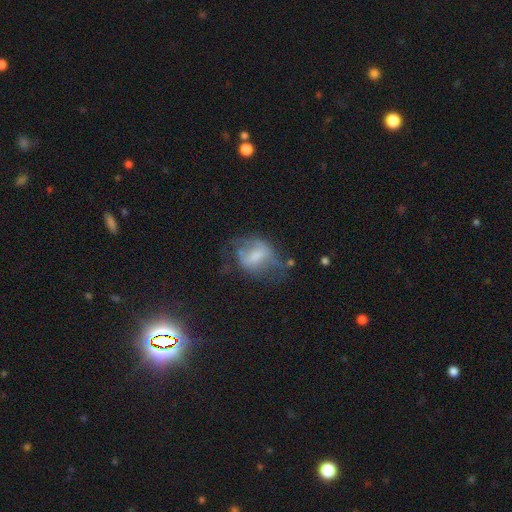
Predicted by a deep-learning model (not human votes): A featured or disk galaxy (47%).

Vote fractions:
- Smooth or featured? featured or disk: 47% / smooth: 42% / star or artifact: 11%
- Merging? major disturbance: 37% / none: 33% / minor disturbance: 25% / merger: 5%